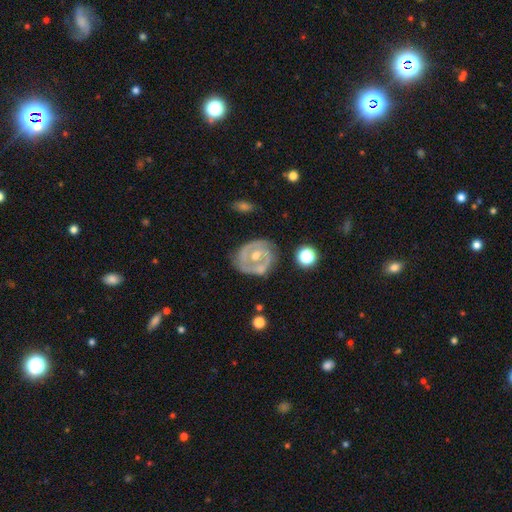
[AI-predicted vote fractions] Overall: featured or disk (74%). Edge-on disk: no (96%). Bar: no (57%; weak 31%). Spiral arms: yes (58%; no 42%). Bulge size: moderate (67%). Merging: none (68%).